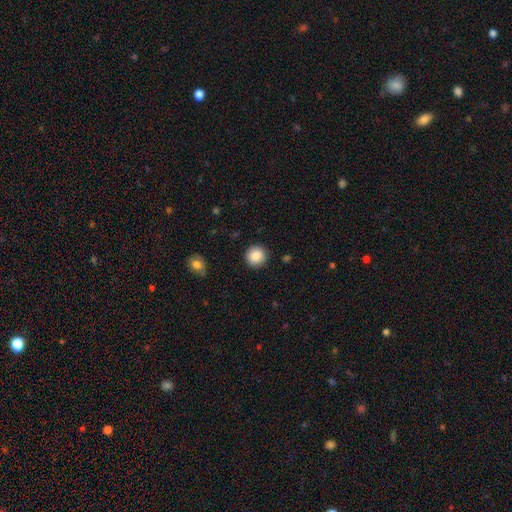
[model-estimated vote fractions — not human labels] smooth 88%, star or artifact 8%, featured or disk 4%. Down the decision tree: how rounded — round (92%); merging — none (90%).